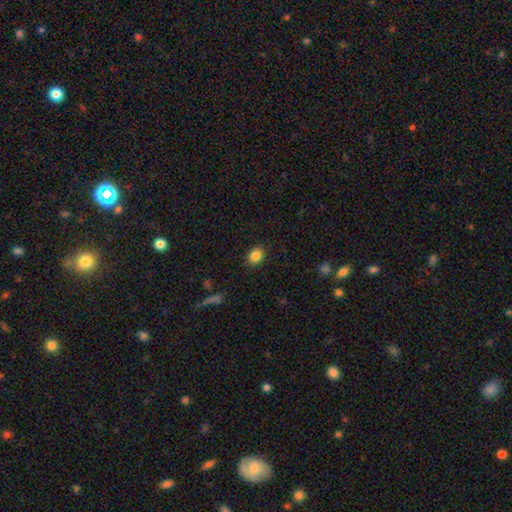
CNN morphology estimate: Smooth or featured? Predicted: smooth (p=0.85). How rounded? Predicted: in between (p=0.52). Merging? Predicted: none (p=0.88).